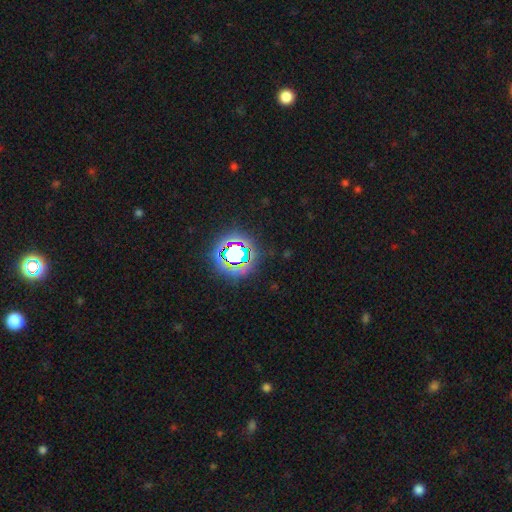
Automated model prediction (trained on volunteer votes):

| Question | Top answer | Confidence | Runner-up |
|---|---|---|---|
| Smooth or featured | star or artifact | 81% | smooth (12%) |